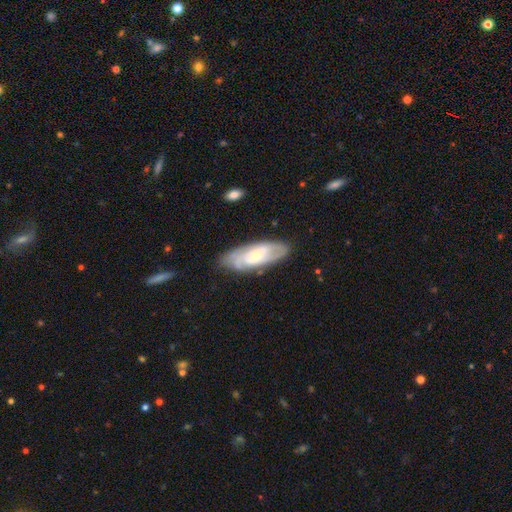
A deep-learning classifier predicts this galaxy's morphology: This is likely a featured or disk galaxy (66%). It is clearly not viewed edge-on (86%). Bar: likely no (67%). Spiral arm pattern: clearly yes (81%). Central bulge: possibly small (60%). Merging: likely none (76%).